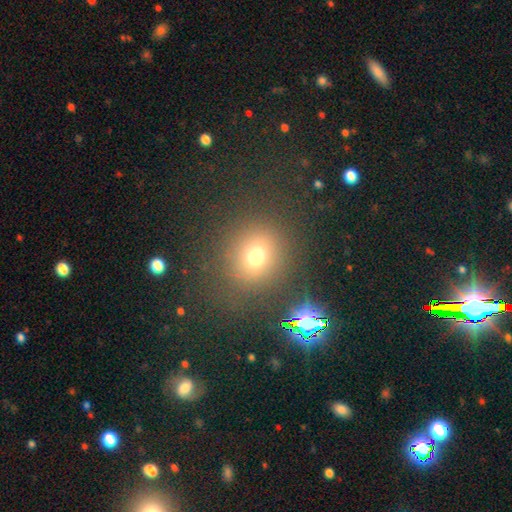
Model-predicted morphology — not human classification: smooth 68%, star or artifact 22%, featured or disk 10%. Down the decision tree: how rounded — round (84%); merging — none (83%).